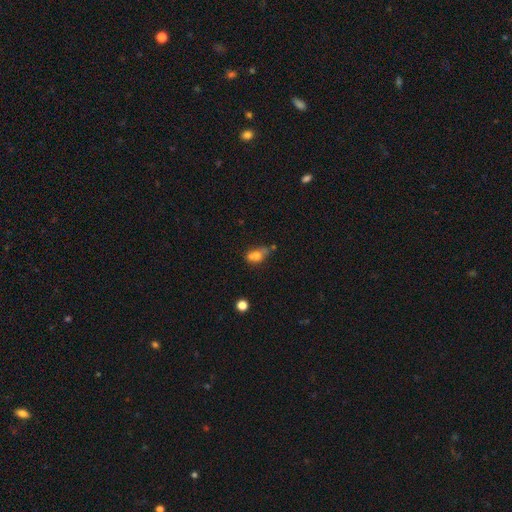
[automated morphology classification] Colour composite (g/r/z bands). It shows a smooth galaxy with no disk features (65%) that is in between round and cigar-shaped (68%). Merging: merger (37%).